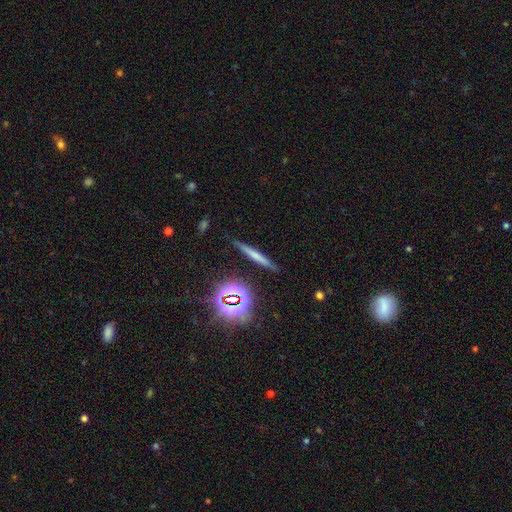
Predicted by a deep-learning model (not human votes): The model was most divided on "smooth or featured": smooth: 53%, featured or disk: 31%, star or artifact: 16%. More confident: how rounded — cigar-shaped (91%); merging — none (85%).